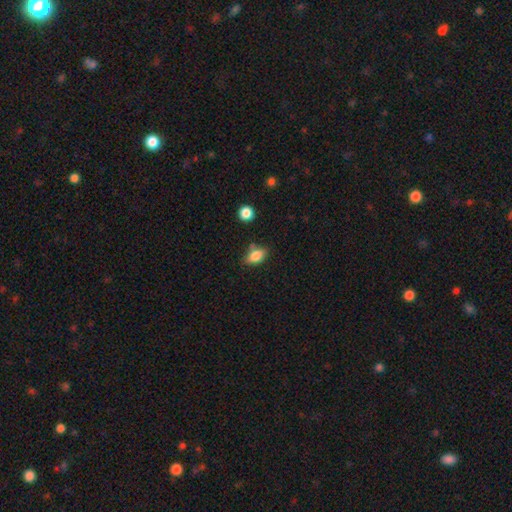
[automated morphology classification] Smooth or featured?
  - smooth: 79% *
  - featured or disk: 12%
  - star or artifact: 9%
How rounded?
  - in between: 82% *
  - round: 13%
  - cigar-shaped: 5%
Merging?
  - none: 65% *
  - minor disturbance: 24%
  - merger: 6%
  - major disturbance: 5%